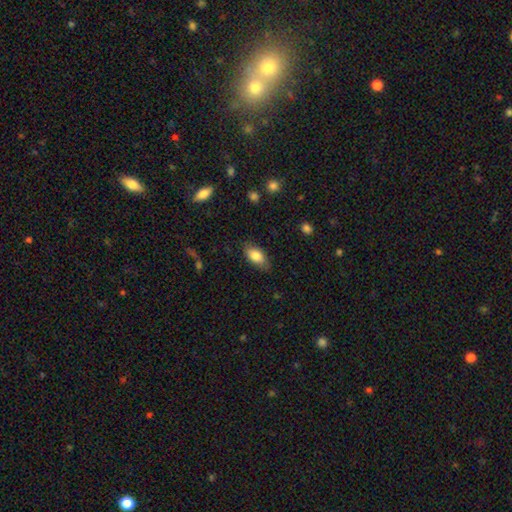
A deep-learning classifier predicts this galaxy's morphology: Smooth or featured? smooth (83%)
How rounded? in between (91%)
Merging? none (81%)